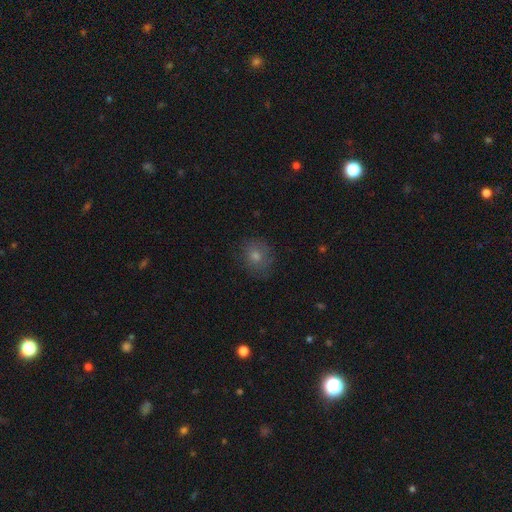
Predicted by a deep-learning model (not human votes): Smooth or featured?
  - smooth: 62% *
  - star or artifact: 21%
  - featured or disk: 17%
How rounded?
  - round: 80% *
  - in between: 19%
  - cigar-shaped: 1%
Merging?
  - none: 81% *
  - minor disturbance: 13%
  - major disturbance: 5%
  - merger: 1%